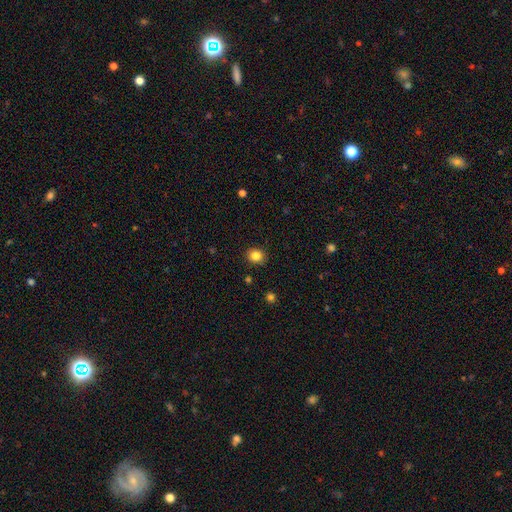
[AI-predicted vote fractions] smooth-or-featured: smooth: 83% | star or artifact: 11% | featured or disk: 6%
  how-rounded: round: 75% | in between: 24% | cigar-shaped: 1%
  merging: none: 90% | minor disturbance: 7% | major disturbance: 2% | merger: 1%